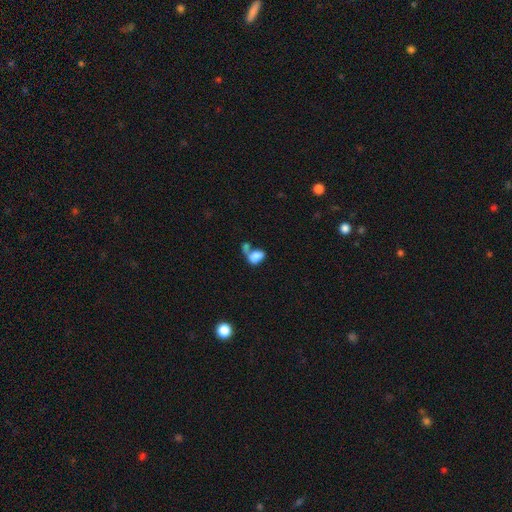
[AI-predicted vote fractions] Smooth or featured: smooth — 79% (featured or disk — 12%)
How rounded: in between — 84% (round — 15%)
Merging: merger — 53% (none — 24%)